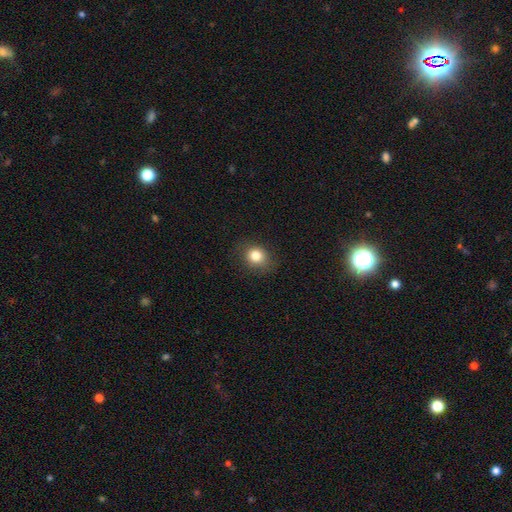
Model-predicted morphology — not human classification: A smooth galaxy with no disk features (82%) that is round (70%).

Vote fractions:
- Smooth or featured? smooth: 82% / star or artifact: 11% / featured or disk: 7%
- How rounded? round: 70% / in between: 29% / cigar-shaped: 1%
- Merging? none: 84% / minor disturbance: 11% / major disturbance: 4% / merger: 1%